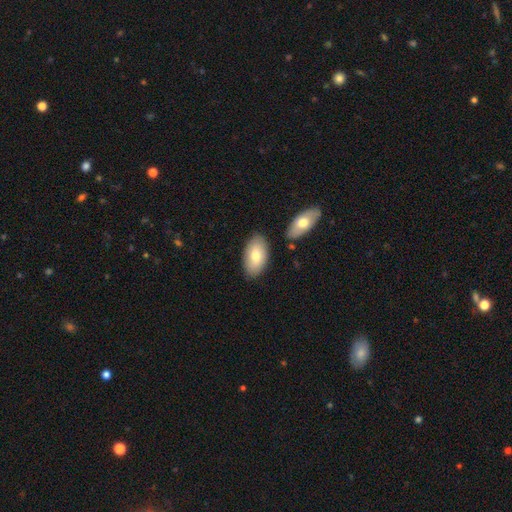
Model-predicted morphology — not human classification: A smooth galaxy with no disk features (76%) that is in between round and cigar-shaped (95%).

Vote fractions:
- Smooth or featured? smooth: 76% / featured or disk: 19% / star or artifact: 6%
- How rounded? in between: 95% / round: 3% / cigar-shaped: 2%
- Merging? none: 81% / minor disturbance: 12% / merger: 5% / major disturbance: 2%